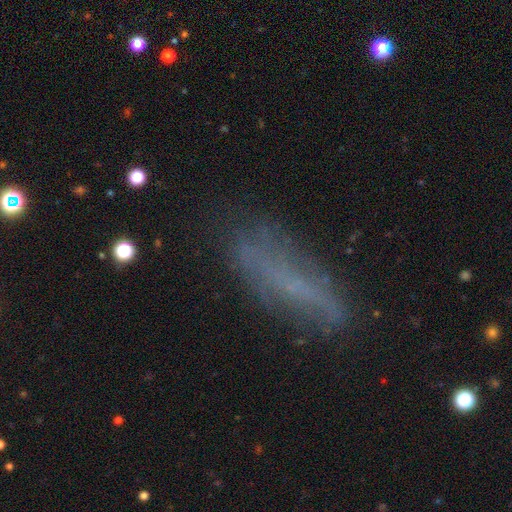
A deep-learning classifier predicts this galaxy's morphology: Smooth or featured?
  - smooth: 48% *
  - featured or disk: 40%
  - star or artifact: 13%
Merging?
  - none: 64% *
  - minor disturbance: 23%
  - major disturbance: 10%
  - merger: 3%